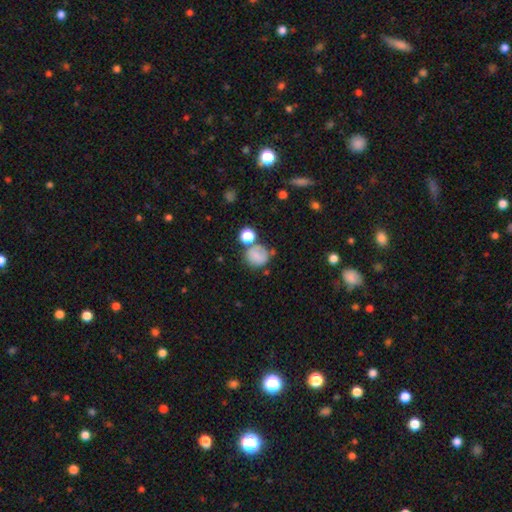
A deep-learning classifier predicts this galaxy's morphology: A smooth galaxy with no disk features (73%) that is round (80%). Merging: none (54%).